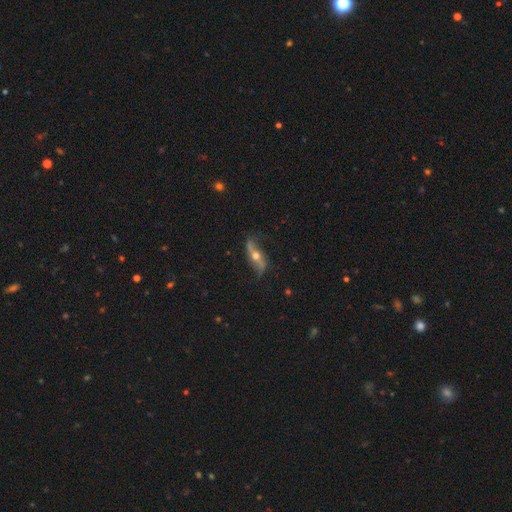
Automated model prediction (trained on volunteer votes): Overall: featured or disk (79%). Edge-on disk: no (66%; yes 34%). Bar: no (54%; strong 24%). Spiral arms: yes (88%). Bulge size: moderate (70%). Merging: none (74%).